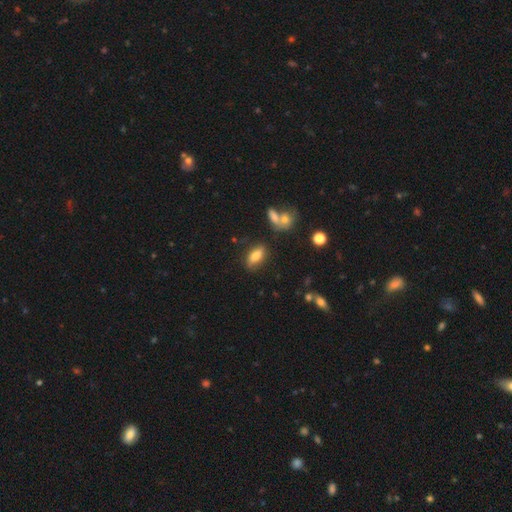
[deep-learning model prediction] Q: Smooth or featured?
A: smooth (78%); runner-up: featured or disk (13%)
Q: How rounded?
A: in between (83%); runner-up: cigar-shaped (12%)
Q: Merging?
A: none (75%); runner-up: minor disturbance (16%)